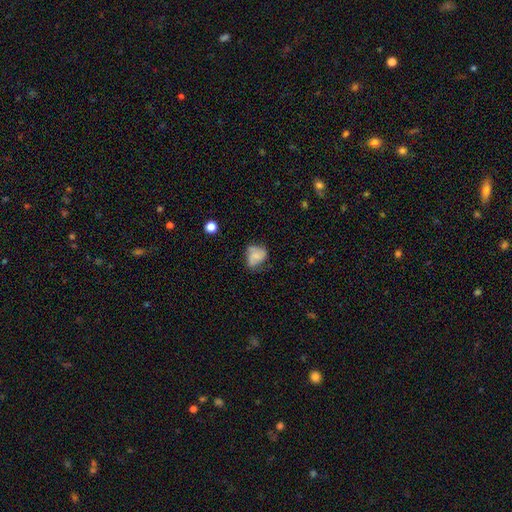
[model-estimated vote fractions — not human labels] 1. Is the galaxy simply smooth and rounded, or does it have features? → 58% smooth, 32% featured or disk, 10% star or artifact.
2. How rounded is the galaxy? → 59% in between, 40% round, 1% cigar-shaped.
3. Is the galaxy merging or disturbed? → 44% none, 33% minor disturbance, 19% major disturbance, 4% merger.